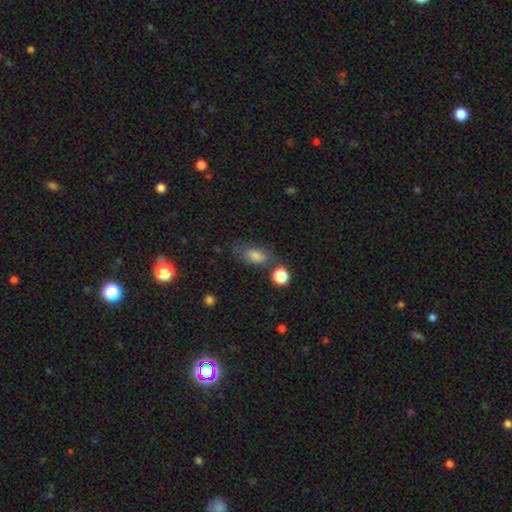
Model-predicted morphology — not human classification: Smooth or featured?
  - smooth: 77% *
  - star or artifact: 13%
  - featured or disk: 10%
How rounded?
  - in between: 84% *
  - round: 10%
  - cigar-shaped: 7%
Merging?
  - none: 62% *
  - minor disturbance: 21%
  - major disturbance: 9%
  - merger: 8%